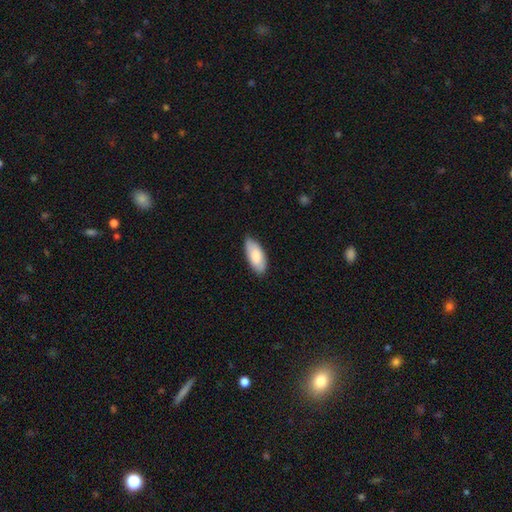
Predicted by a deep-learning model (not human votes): Q: Smooth or featured?
A: smooth (82%); runner-up: featured or disk (12%)
Q: How rounded?
A: in between (88%); runner-up: cigar-shaped (10%)
Q: Merging?
A: none (79%); runner-up: minor disturbance (18%)